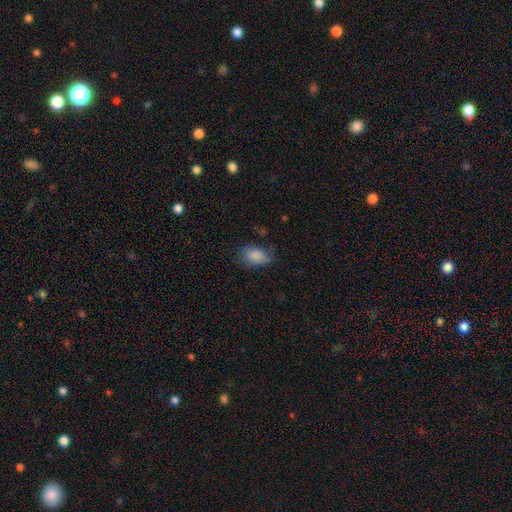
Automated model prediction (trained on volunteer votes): smooth-or-featured: smooth: 86% | star or artifact: 8% | featured or disk: 7%
  how-rounded: in between: 87% | round: 12% | cigar-shaped: 1%
  merging: none: 66% | minor disturbance: 25% | major disturbance: 7% | merger: 2%